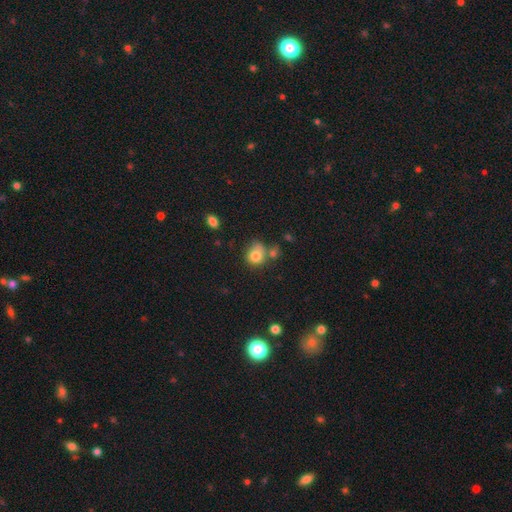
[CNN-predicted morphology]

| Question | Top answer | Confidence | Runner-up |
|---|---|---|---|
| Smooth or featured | smooth | 80% | star or artifact (10%) |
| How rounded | round | 67% | in between (32%) |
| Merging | none | 44% | minor disturbance (23%) |